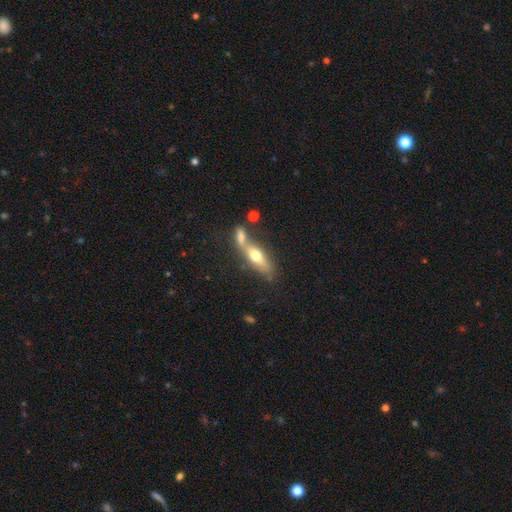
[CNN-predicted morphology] A smooth galaxy with no disk features (58%) that is in between round and cigar-shaped (57%).

Vote fractions:
- Smooth or featured? smooth: 58% / featured or disk: 35% / star or artifact: 7%
- How rounded? in between: 57% / cigar-shaped: 39% / round: 3%
- Merging? merger: 45% / none: 36% / minor disturbance: 12% / major disturbance: 6%